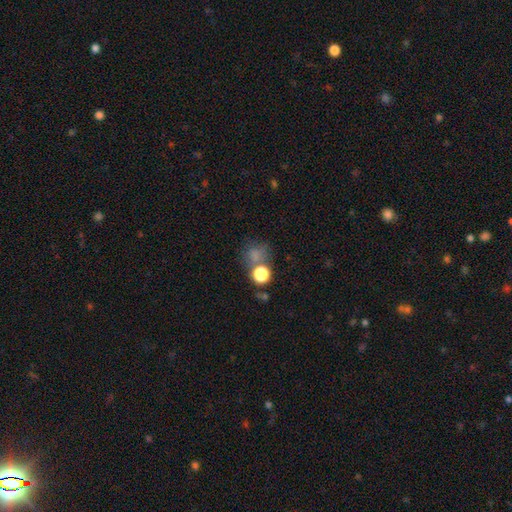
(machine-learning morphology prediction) Smooth or featured? Predicted: smooth (p=0.71). How rounded? Predicted: round (p=0.77). Merging? Predicted: none (p=0.54).